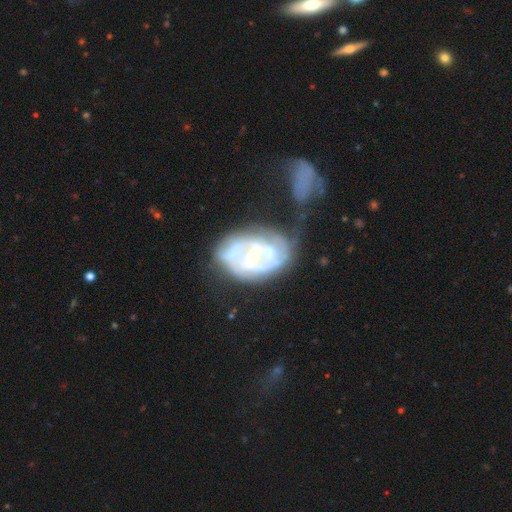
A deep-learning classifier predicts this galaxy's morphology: smooth_or_featured: featured or disk (p=0.76) [alt: smooth p=0.16]
disk_edge_on: no (p=0.97) [alt: yes p=0.03]
bar: no (p=0.52) [alt: weak p=0.32]
has_spiral_arms: yes (p=0.64) [alt: no p=0.36]
bulge_size: small (p=0.50) [alt: moderate p=0.40]
merging: merger (p=0.32) [alt: major disturbance p=0.27]